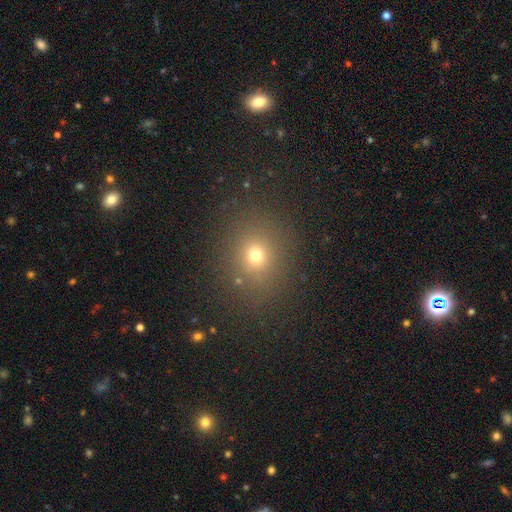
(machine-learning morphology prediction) A smooth galaxy with no disk features (69%) that is round (74%).

Vote fractions:
- Smooth or featured? smooth: 69% / star or artifact: 22% / featured or disk: 9%
- How rounded? round: 74% / in between: 25% / cigar-shaped: 1%
- Merging? none: 84% / minor disturbance: 9% / major disturbance: 4% / merger: 2%